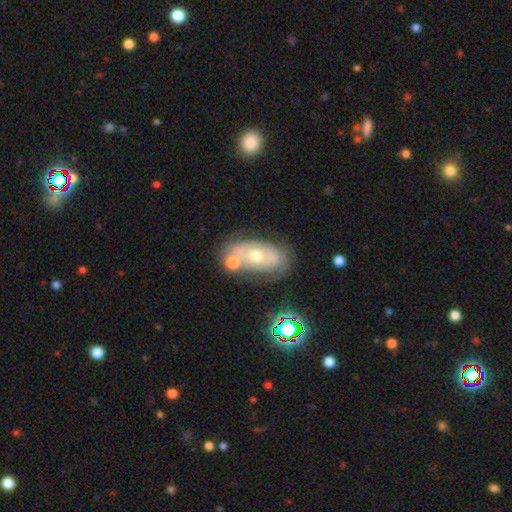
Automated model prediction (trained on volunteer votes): smooth_or_featured: featured or disk (p=0.48) [alt: smooth p=0.39]
merging: none (p=0.54) [alt: merger p=0.21]